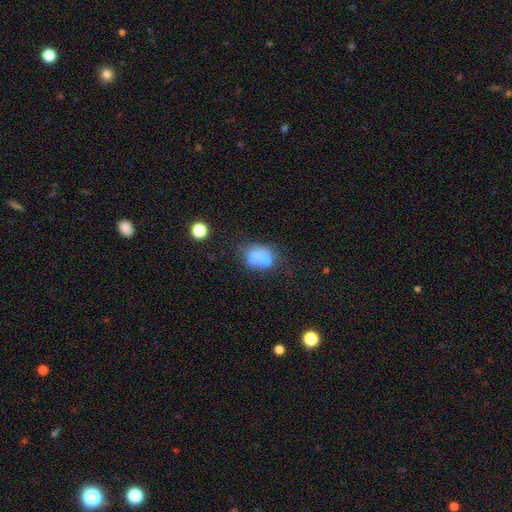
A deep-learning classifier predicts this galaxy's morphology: Smooth or featured: smooth — 65% (featured or disk — 23%)
How rounded: in between — 50% (round — 49%)
Merging: merger — 42% (none — 30%)